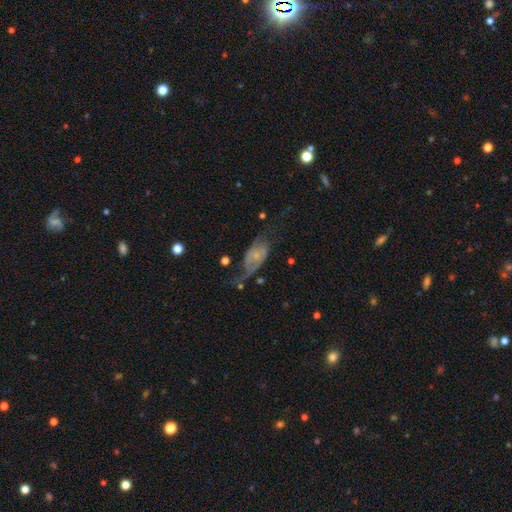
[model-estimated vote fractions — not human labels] smooth_or_featured: featured or disk (p=0.70) [alt: smooth p=0.21]
disk_edge_on: no (p=0.92) [alt: yes p=0.08]
bar: no (p=0.68) [alt: weak p=0.26]
has_spiral_arms: yes (p=0.82) [alt: no p=0.18]
spiral_winding: loose (p=0.49) [alt: medium p=0.35]
spiral_arm_count: 2 (p=0.77) [alt: can't tell p=0.11]
bulge_size: small (p=0.67) [alt: moderate p=0.19]
merging: none (p=0.42) [alt: major disturbance p=0.32]